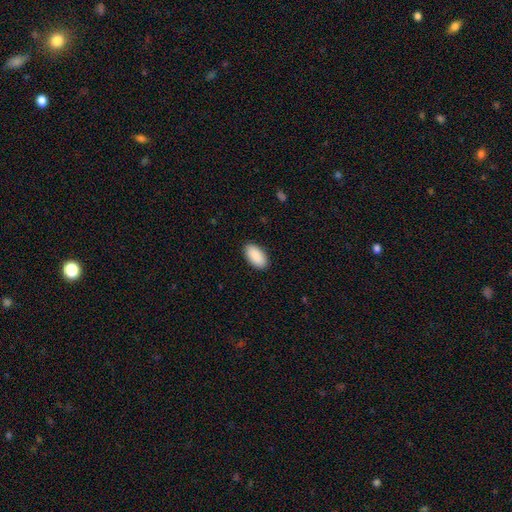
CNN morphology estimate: smooth-or-featured: smooth: 91% | star or artifact: 6% | featured or disk: 3%
  how-rounded: in between: 96% | cigar-shaped: 2% | round: 2%
  merging: none: 90% | minor disturbance: 7% | major disturbance: 2% | merger: 1%